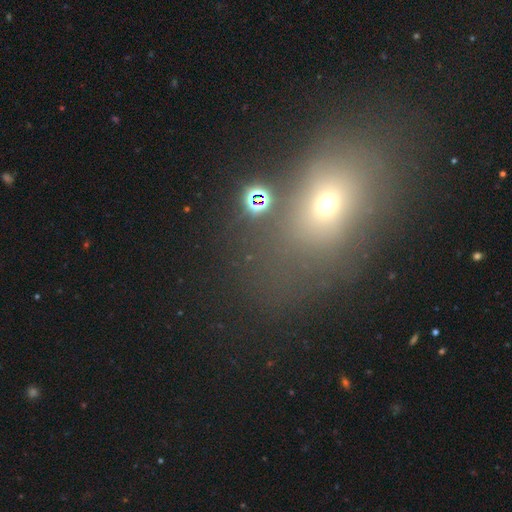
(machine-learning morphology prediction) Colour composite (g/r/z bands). It shows a smooth galaxy with no disk features (54%) that is in between round and cigar-shaped (62%). Merging: none (66%).